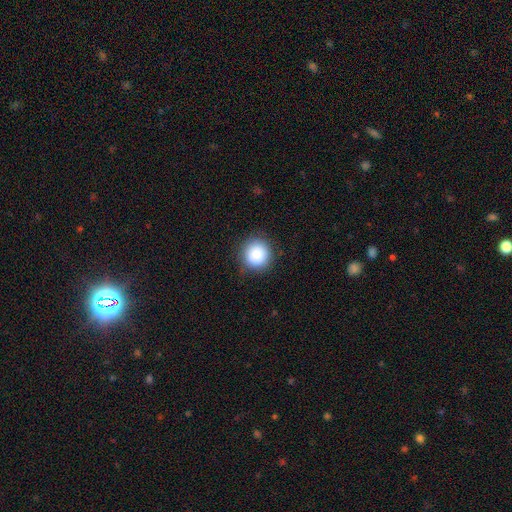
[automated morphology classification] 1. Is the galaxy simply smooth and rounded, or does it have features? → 85% smooth, 9% star or artifact, 6% featured or disk.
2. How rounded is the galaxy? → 94% round, 5% in between, 1% cigar-shaped.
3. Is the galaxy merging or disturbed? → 88% none, 8% minor disturbance, 3% major disturbance, 1% merger.